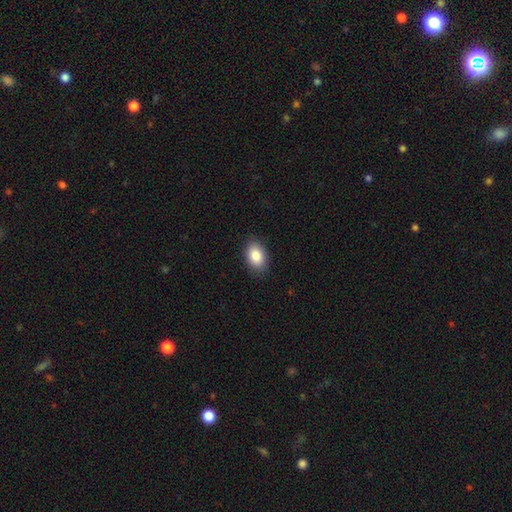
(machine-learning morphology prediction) smooth-or-featured: smooth: 86% | star or artifact: 7% | featured or disk: 7%
  how-rounded: in between: 88% | round: 11% | cigar-shaped: 1%
  merging: none: 88% | minor disturbance: 9% | major disturbance: 2% | merger: 1%